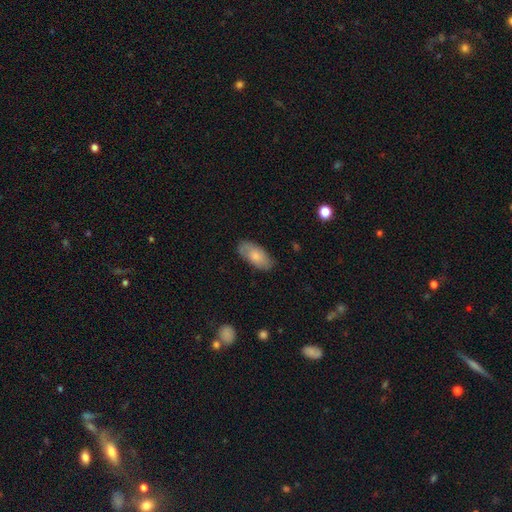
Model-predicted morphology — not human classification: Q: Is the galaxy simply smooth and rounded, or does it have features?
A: smooth — 71%.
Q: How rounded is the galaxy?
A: in between — 92%.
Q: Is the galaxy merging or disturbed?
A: none — 76%.